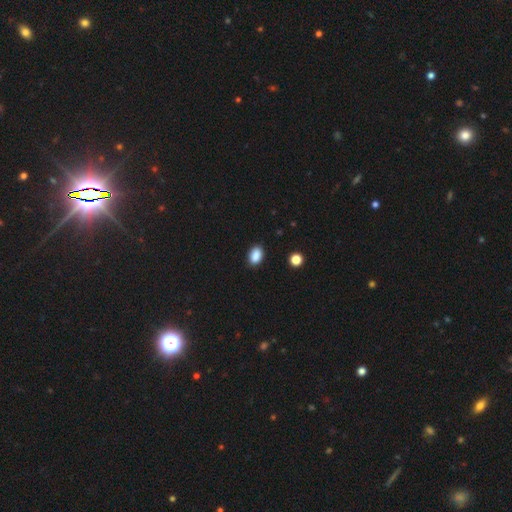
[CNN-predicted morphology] Q: Smooth or featured?
A: smooth (88%); runner-up: star or artifact (9%)
Q: How rounded?
A: in between (85%); runner-up: round (14%)
Q: Merging?
A: none (87%); runner-up: minor disturbance (9%)